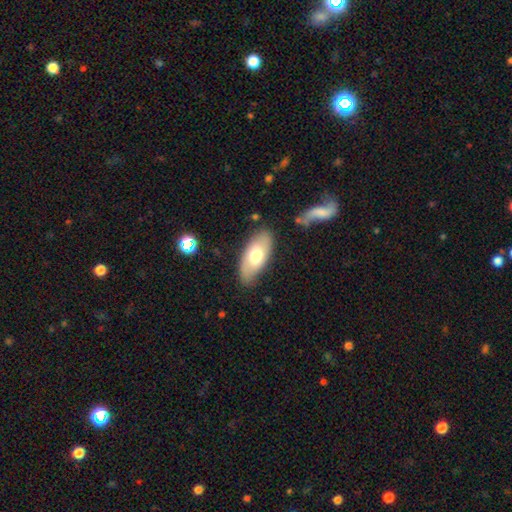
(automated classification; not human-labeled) Smooth or featured: smooth — 64% (featured or disk — 30%)
How rounded: in between — 90% (cigar-shaped — 8%)
Merging: none — 80% (minor disturbance — 15%)